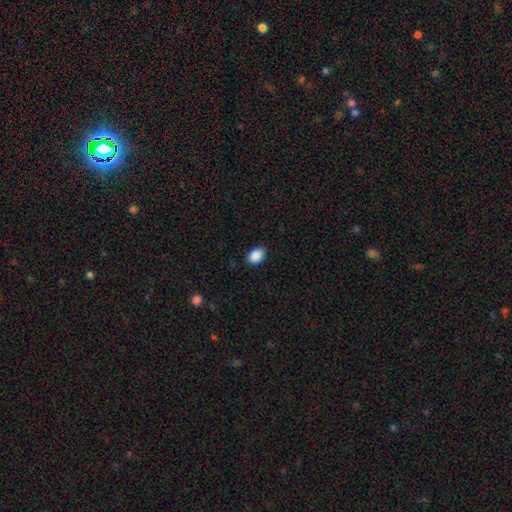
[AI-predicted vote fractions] Smooth or featured: smooth — 90% (star or artifact — 8%)
How rounded: in between — 79% (round — 20%)
Merging: none — 87% (minor disturbance — 10%)